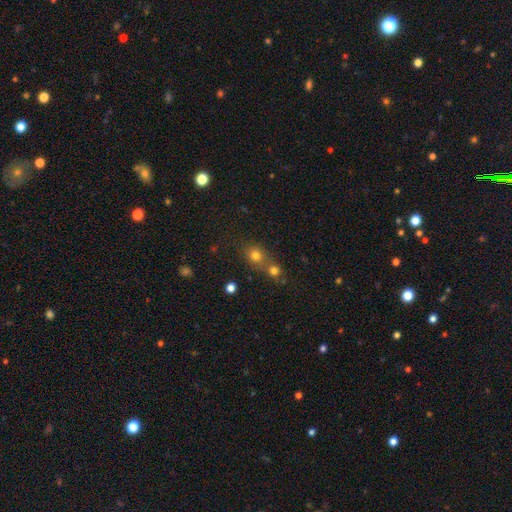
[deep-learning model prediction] This appears to be a smooth galaxy with no disk features (72%) that is round (77%). Merging: none (48%).